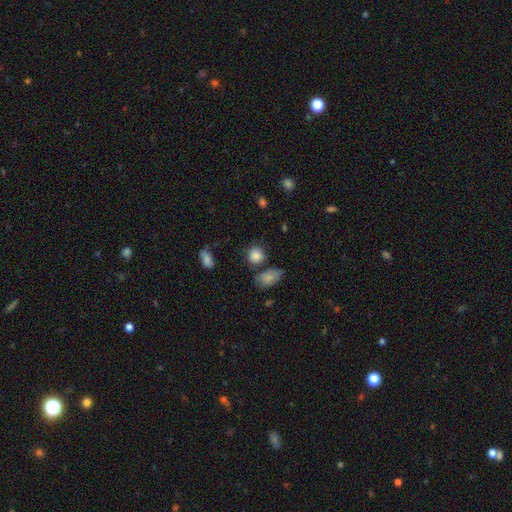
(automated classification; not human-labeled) smooth_or_featured: smooth (p=0.84) [alt: star or artifact p=0.09]
how_rounded: round (p=0.81) [alt: in between p=0.18]
merging: none (p=0.69) [alt: minor disturbance p=0.15]